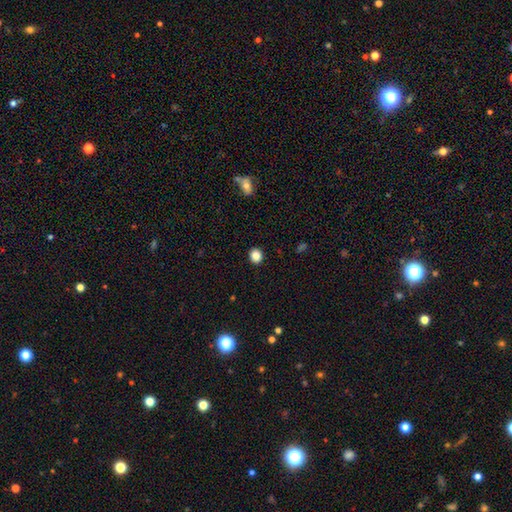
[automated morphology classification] smooth 86%, star or artifact 10%, featured or disk 4%. Down the decision tree: how rounded — round (76%); merging — none (92%).